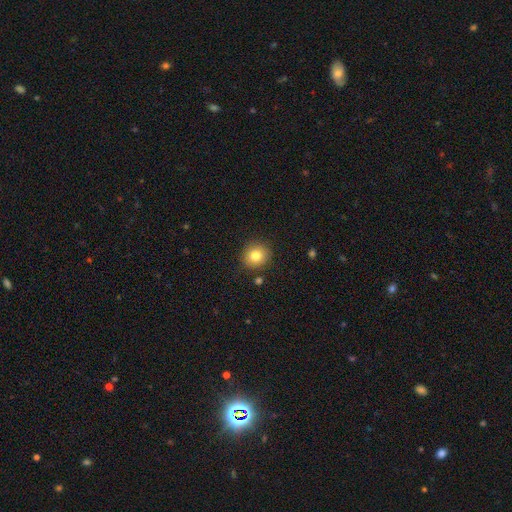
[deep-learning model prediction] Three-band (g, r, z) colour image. It shows a smooth galaxy with no disk features (81%) that is round (85%). Merging: none (88%).